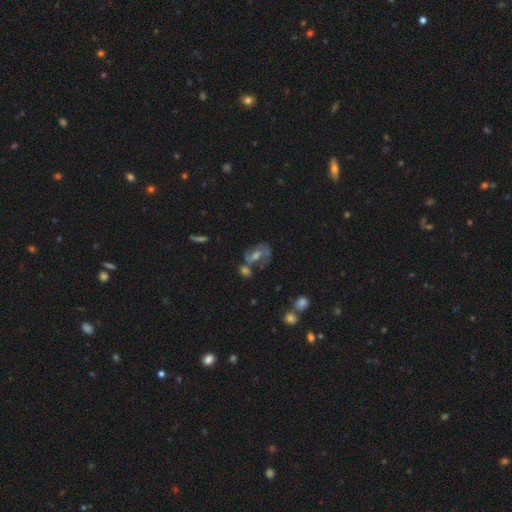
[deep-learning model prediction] This appears to be a featured or disk galaxy (65%) with a weak bar (43%), spiral arms (78%) and a moderate central bulge (57%). Merging: none (49%).